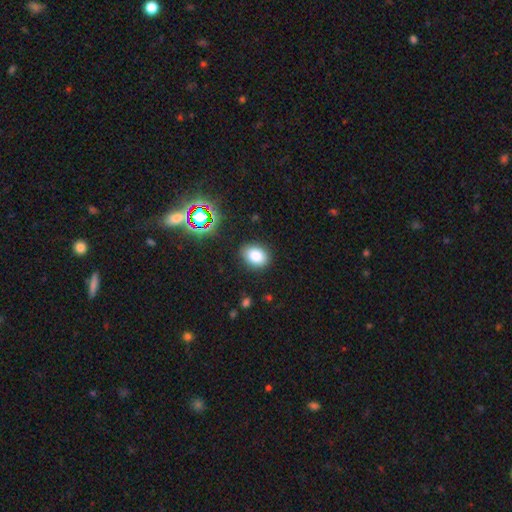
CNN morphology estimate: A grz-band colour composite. It shows a smooth galaxy with no disk features (82%) that is in between round and cigar-shaped (69%). Merging: none (85%).